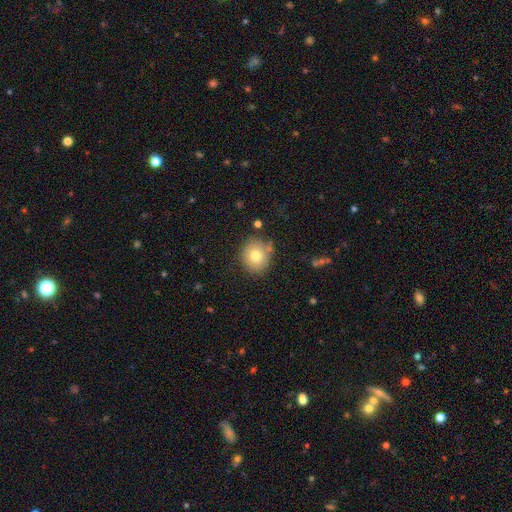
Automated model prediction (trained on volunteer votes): A smooth galaxy with no disk features (77%) that is round (80%).

Vote fractions:
- Smooth or featured? smooth: 77% / featured or disk: 12% / star or artifact: 11%
- How rounded? round: 80% / in between: 19% / cigar-shaped: 1%
- Merging? none: 80% / minor disturbance: 13% / merger: 4% / major disturbance: 3%